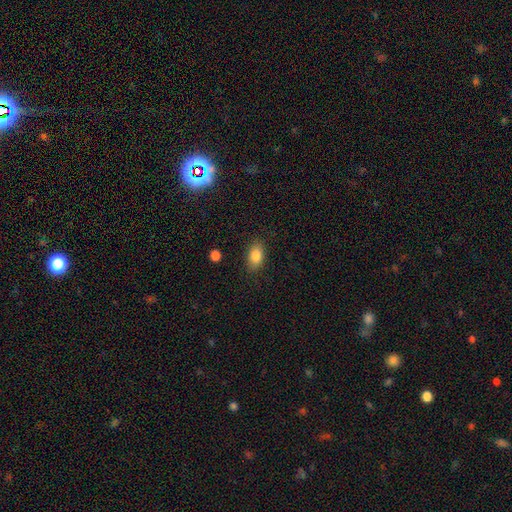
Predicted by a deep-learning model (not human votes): Smooth or featured?
  - smooth: 84% *
  - star or artifact: 8%
  - featured or disk: 8%
How rounded?
  - in between: 88% *
  - round: 9%
  - cigar-shaped: 3%
Merging?
  - none: 86% *
  - minor disturbance: 10%
  - major disturbance: 3%
  - merger: 1%